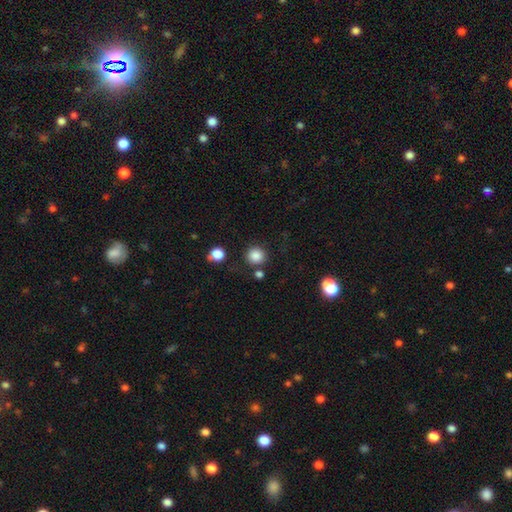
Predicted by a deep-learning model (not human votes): The model was most divided on "smooth or featured": smooth: 85%, star or artifact: 11%, featured or disk: 4%. More confident: how rounded — round (91%); merging — none (83%).